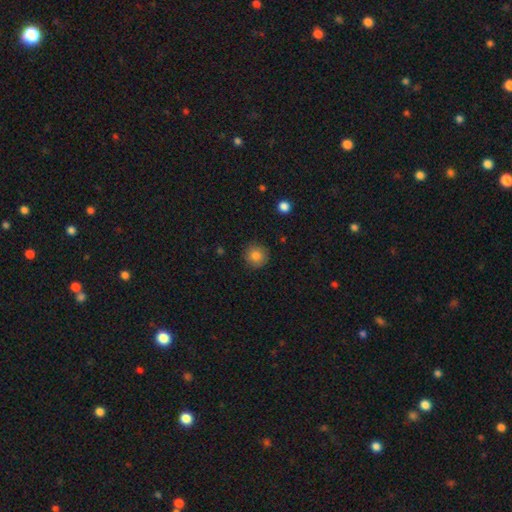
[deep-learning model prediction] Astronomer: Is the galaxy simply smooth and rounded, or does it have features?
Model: smooth — 83%.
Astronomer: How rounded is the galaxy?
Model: round — 94%.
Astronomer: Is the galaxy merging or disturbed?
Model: none — 89%.